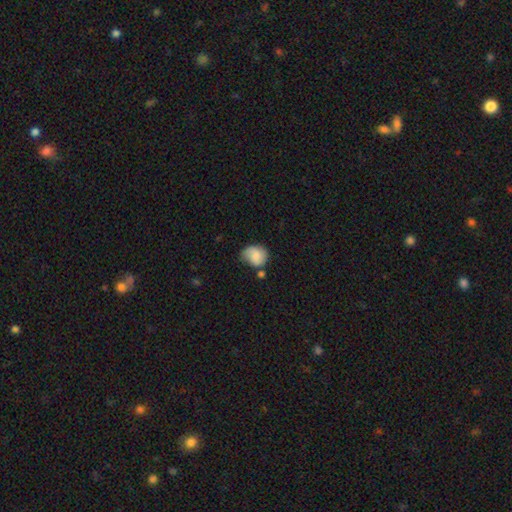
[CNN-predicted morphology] type=smooth (69%); roundness=round (65%); merging=none (46%).